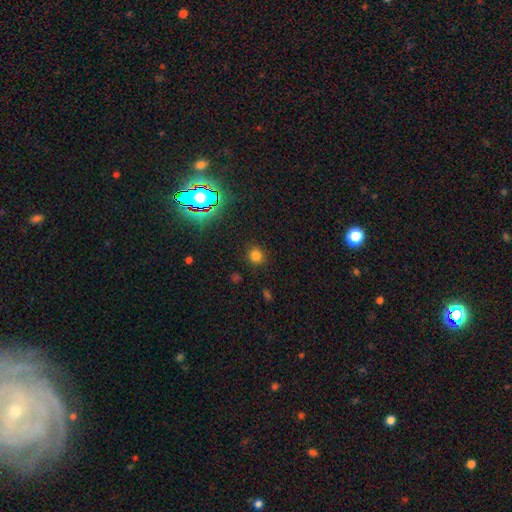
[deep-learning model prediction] This appears to be a smooth galaxy with no disk features (76%) that is round (89%). Merging: none (88%).